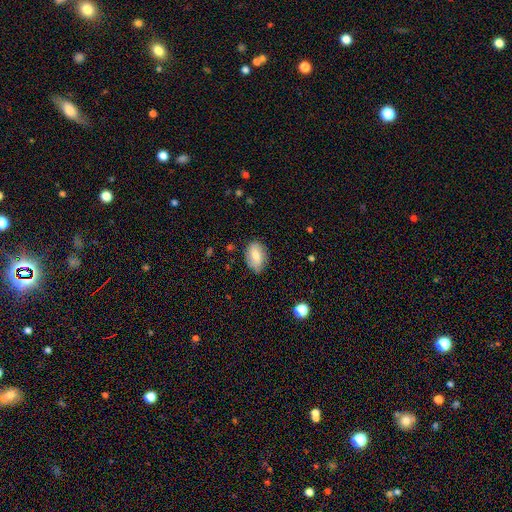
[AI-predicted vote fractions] A smooth galaxy with no disk features (65%) that is in between round and cigar-shaped (86%).

Vote fractions:
- Smooth or featured? smooth: 65% / featured or disk: 27% / star or artifact: 8%
- How rounded? in between: 86% / round: 12% / cigar-shaped: 2%
- Merging? none: 76% / minor disturbance: 19% / major disturbance: 4% / merger: 1%